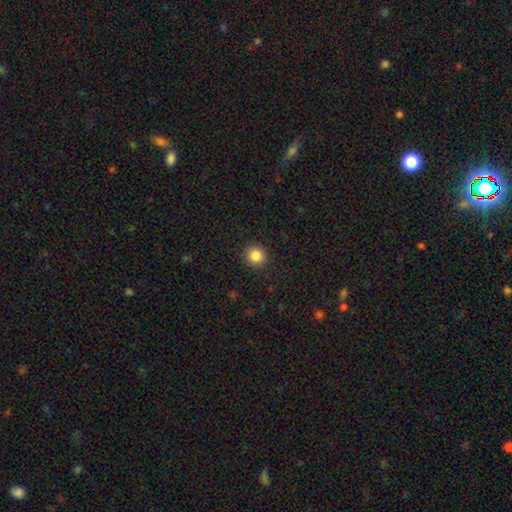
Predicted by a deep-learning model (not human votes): Smooth or featured? Predicted: smooth (p=0.86). How rounded? Predicted: round (p=0.94). Merging? Predicted: none (p=0.92).